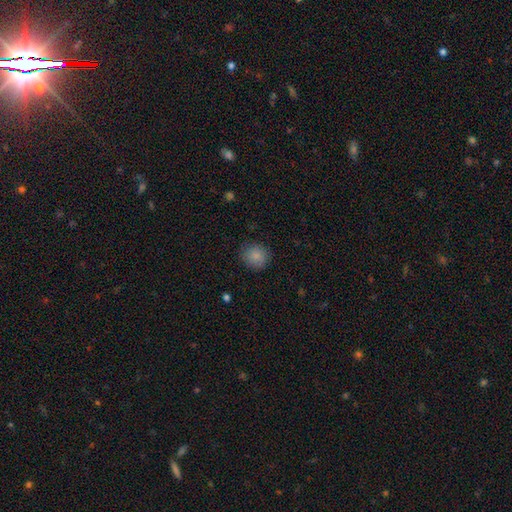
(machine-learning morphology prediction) smooth_or_featured: smooth (p=0.87) [alt: star or artifact p=0.08]
how_rounded: round (p=0.84) [alt: in between p=0.15]
merging: none (p=0.84) [alt: minor disturbance p=0.12]